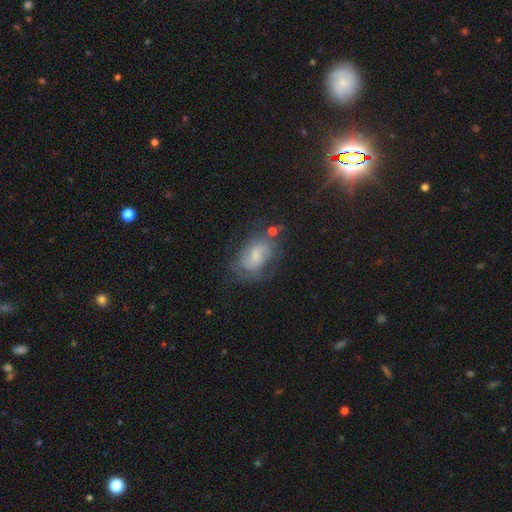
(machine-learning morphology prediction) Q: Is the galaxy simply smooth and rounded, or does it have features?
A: featured or disk — 61%.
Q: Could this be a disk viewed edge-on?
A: no — 96%.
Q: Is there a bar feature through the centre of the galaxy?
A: no — 50%.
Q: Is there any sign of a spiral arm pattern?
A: yes — 85%.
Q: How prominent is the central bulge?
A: small — 51%.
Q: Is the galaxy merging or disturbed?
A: none — 58%.